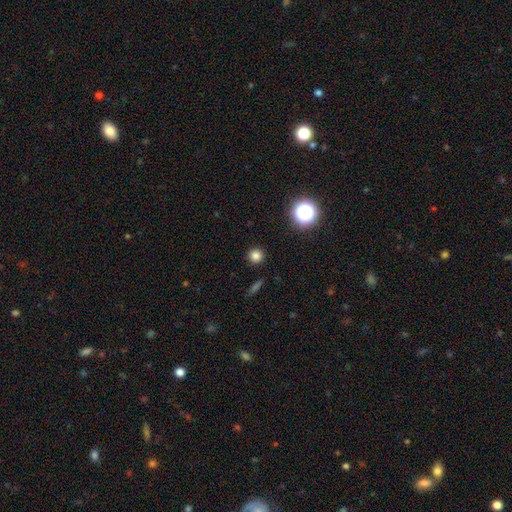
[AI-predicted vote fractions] Smooth or featured? smooth (79%)
How rounded? round (94%)
Merging? none (91%)